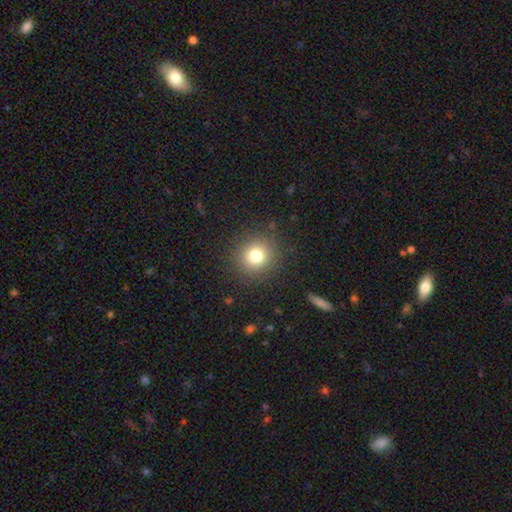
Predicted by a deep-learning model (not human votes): Morphology: type=smooth (78%); roundness=round (92%); merging=none (89%).